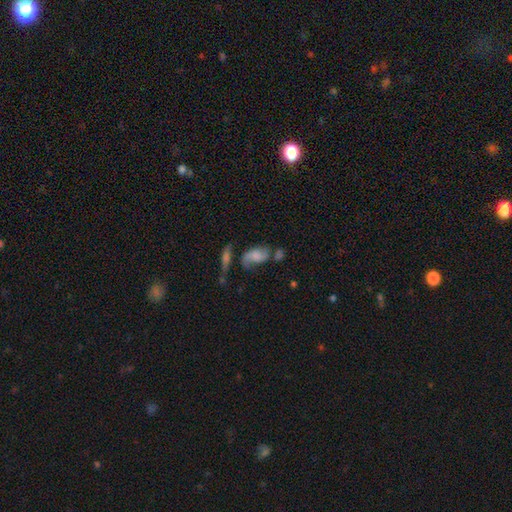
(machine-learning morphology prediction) A featured or disk galaxy (50%). Merging: none (40%).